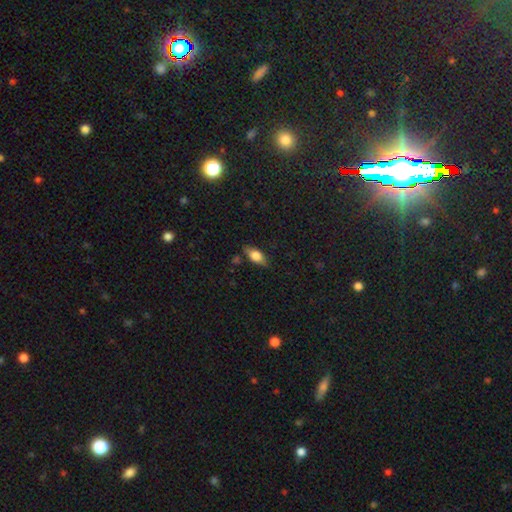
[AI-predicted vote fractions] A smooth galaxy with no disk features (70%) that is in between round and cigar-shaped (81%).

Vote fractions:
- Smooth or featured? smooth: 70% / featured or disk: 22% / star or artifact: 8%
- How rounded? in between: 81% / cigar-shaped: 14% / round: 5%
- Merging? none: 79% / minor disturbance: 15% / major disturbance: 3% / merger: 2%